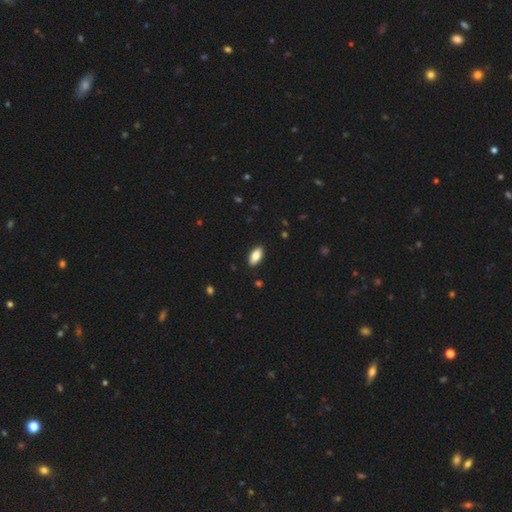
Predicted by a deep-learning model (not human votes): This is clearly a smooth galaxy (84%). How rounded: clearly in between (90%). Merging: clearly none (89%).